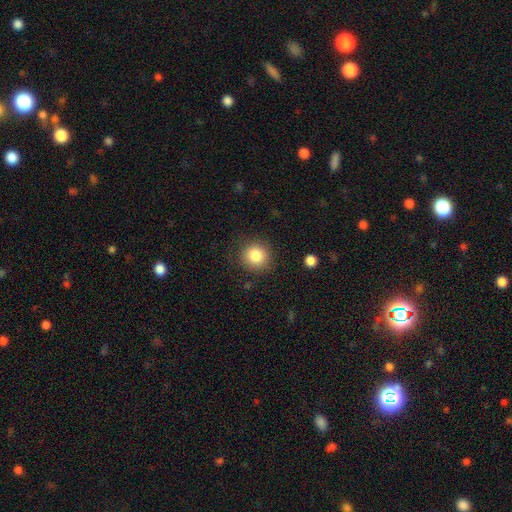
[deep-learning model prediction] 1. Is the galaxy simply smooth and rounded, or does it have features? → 84% smooth, 10% star or artifact, 6% featured or disk.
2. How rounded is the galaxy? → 90% round, 9% in between, 1% cigar-shaped.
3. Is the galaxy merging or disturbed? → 86% none, 10% minor disturbance, 3% major disturbance, 1% merger.